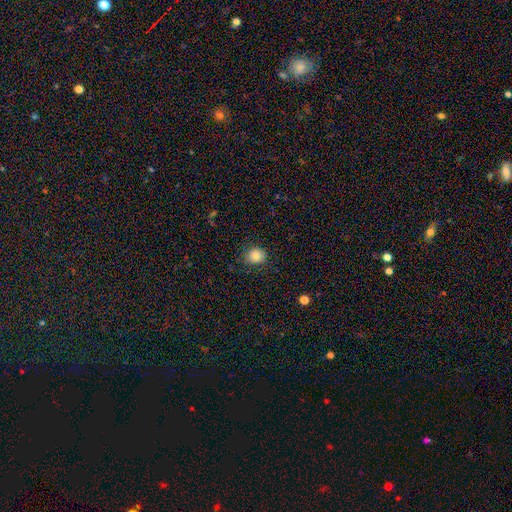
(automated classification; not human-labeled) smooth_or_featured: smooth (p=0.84) [alt: star or artifact p=0.10]
how_rounded: round (p=0.73) [alt: in between p=0.26]
merging: none (p=0.85) [alt: minor disturbance p=0.11]